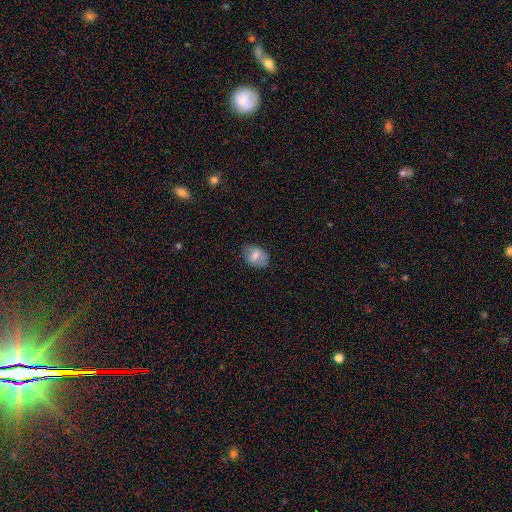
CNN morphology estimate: Smooth or featured? smooth (68%)
How rounded? in between (74%)
Merging? none (76%)